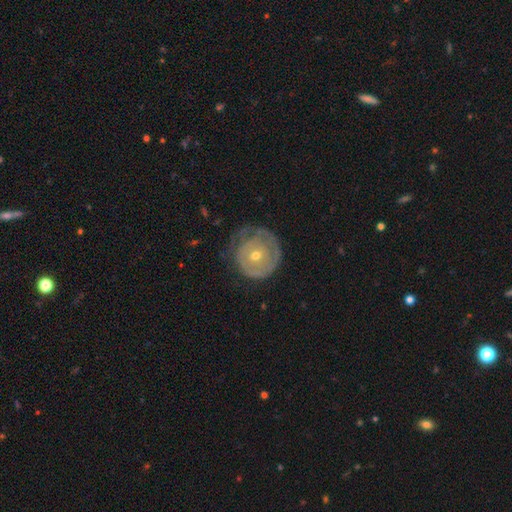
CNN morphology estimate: This appears to be a featured or disk galaxy (63%) with no bar (82%), spiral arms (61%) and a small central bulge (52%). Merging: none (61%).